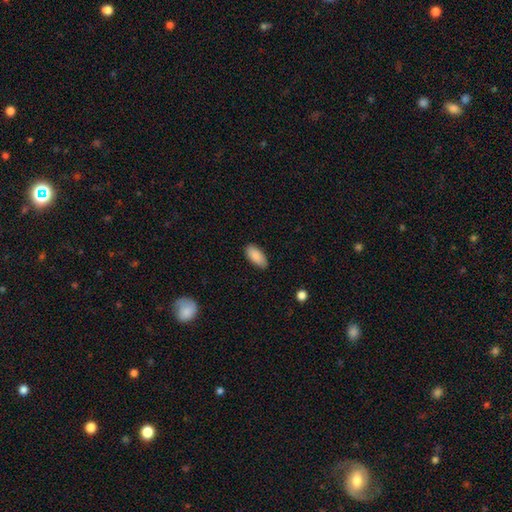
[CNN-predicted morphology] Smooth or featured? smooth (89%)
How rounded? in between (91%)
Merging? none (87%)